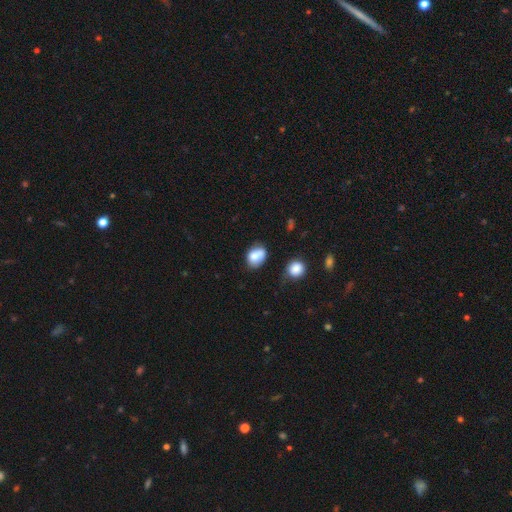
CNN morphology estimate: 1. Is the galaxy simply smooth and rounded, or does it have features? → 78% smooth, 13% featured or disk, 9% star or artifact.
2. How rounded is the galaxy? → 62% in between, 37% round, 1% cigar-shaped.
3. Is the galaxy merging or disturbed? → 47% none, 26% minor disturbance, 18% merger, 8% major disturbance.